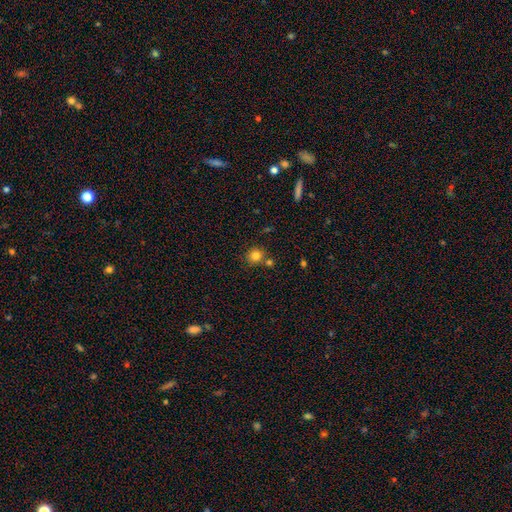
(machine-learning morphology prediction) smooth-or-featured: smooth: 81% | star or artifact: 12% | featured or disk: 7%
  how-rounded: round: 89% | in between: 10% | cigar-shaped: 1%
  merging: none: 71% | merger: 16% | minor disturbance: 10% | major disturbance: 3%